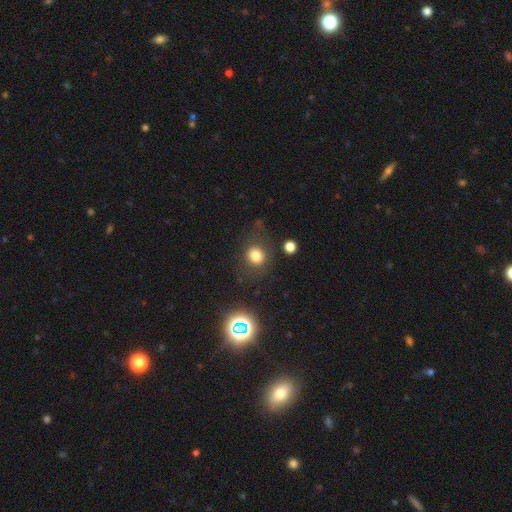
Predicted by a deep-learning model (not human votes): This is likely a smooth galaxy (76%). How rounded: clearly round (82%). Merging: likely none (76%).